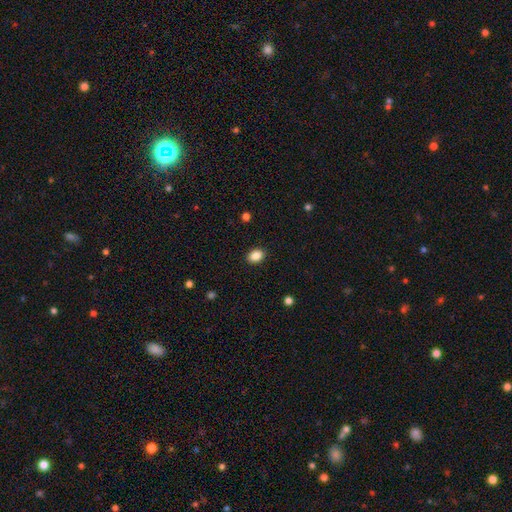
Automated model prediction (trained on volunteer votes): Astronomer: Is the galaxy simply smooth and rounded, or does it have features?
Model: smooth — 87%.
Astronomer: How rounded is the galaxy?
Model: in between — 72%.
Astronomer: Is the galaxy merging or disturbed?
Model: none — 90%.